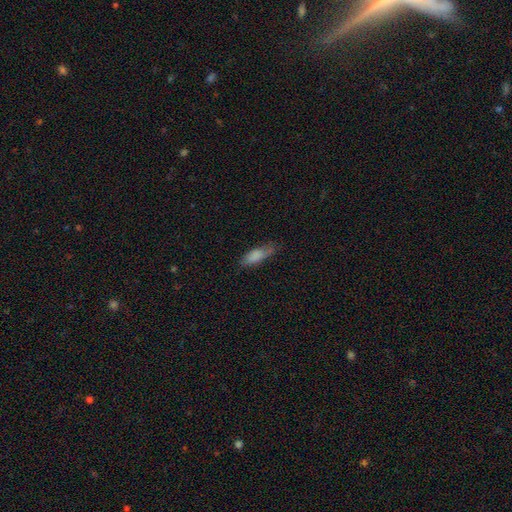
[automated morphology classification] This is clearly a smooth galaxy (81%). How rounded: likely in between (62%). Merging: likely none (63%).